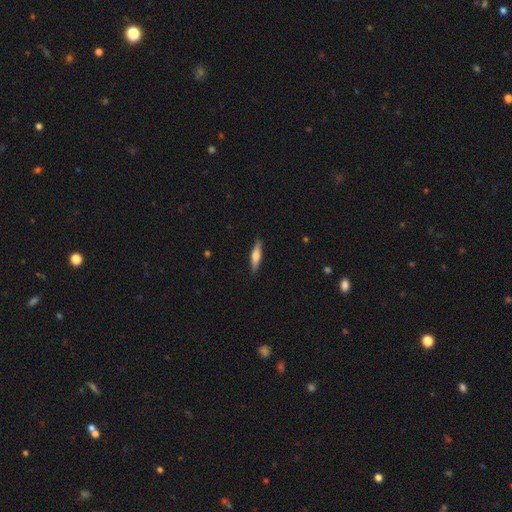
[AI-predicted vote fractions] Smooth or featured? smooth (57%)
How rounded? cigar-shaped (79%)
Merging? none (89%)